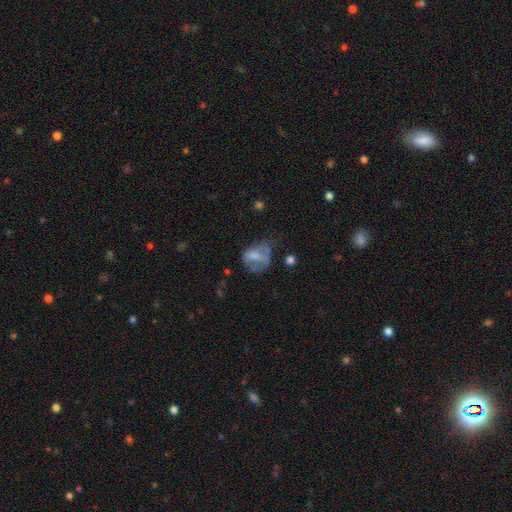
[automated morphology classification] smooth 55%, featured or disk 34%, star or artifact 11%. Down the decision tree: how rounded — in between (60%); merging — major disturbance (37%).